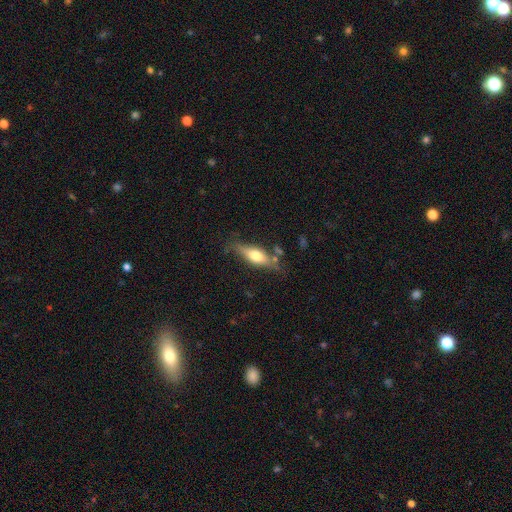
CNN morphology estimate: This is possibly a smooth galaxy (53%). How rounded: possibly in between (51%). Merging: likely none (70%).